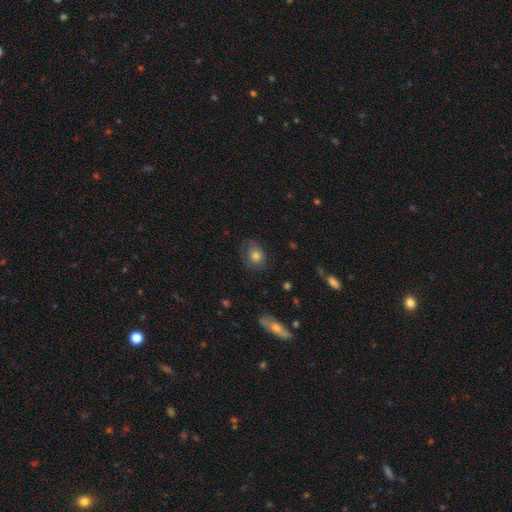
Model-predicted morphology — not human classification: Q: Smooth or featured?
A: smooth (71%); runner-up: featured or disk (18%)
Q: How rounded?
A: round (61%); runner-up: in between (38%)
Q: Merging?
A: none (64%); runner-up: minor disturbance (23%)